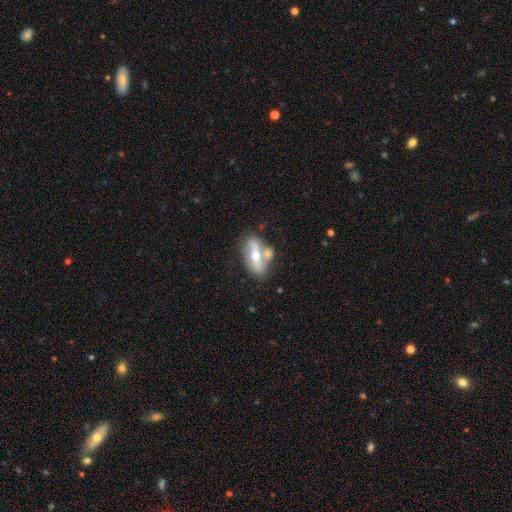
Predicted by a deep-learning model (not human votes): Morphology: type=featured or disk (57%); edge-on=no (66%); merging=none (53%).